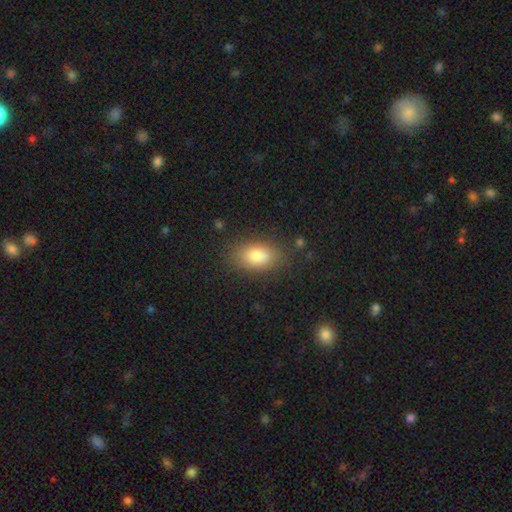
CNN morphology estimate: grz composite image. It shows a smooth galaxy with no disk features (82%) that is in between round and cigar-shaped (88%). Merging: none (77%).